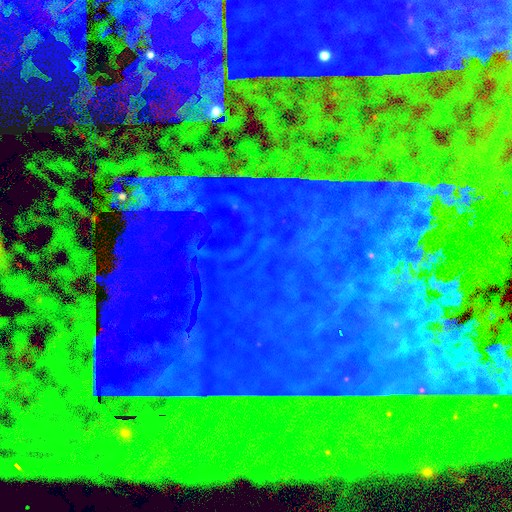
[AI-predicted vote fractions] smooth-or-featured: star or artifact: 85% | featured or disk: 9% | smooth: 6%